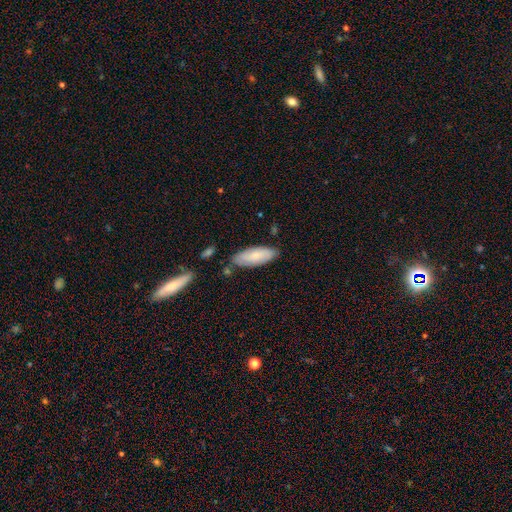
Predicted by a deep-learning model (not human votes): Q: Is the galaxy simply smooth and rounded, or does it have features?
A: smooth — 74%.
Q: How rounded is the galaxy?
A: in between — 74%.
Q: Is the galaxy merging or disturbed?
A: none — 77%.